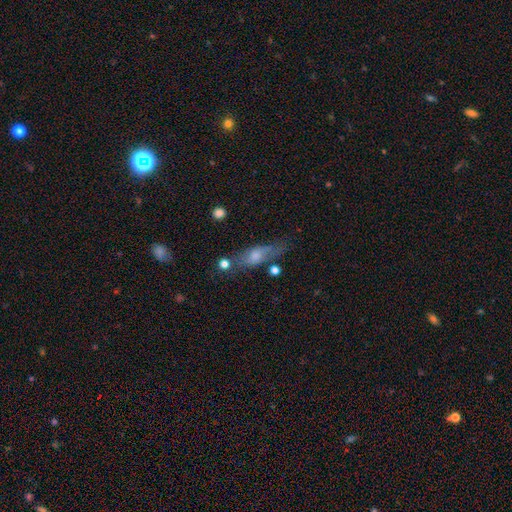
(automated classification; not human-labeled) This appears to be a featured or disk galaxy (45%). Merging: none (61%).